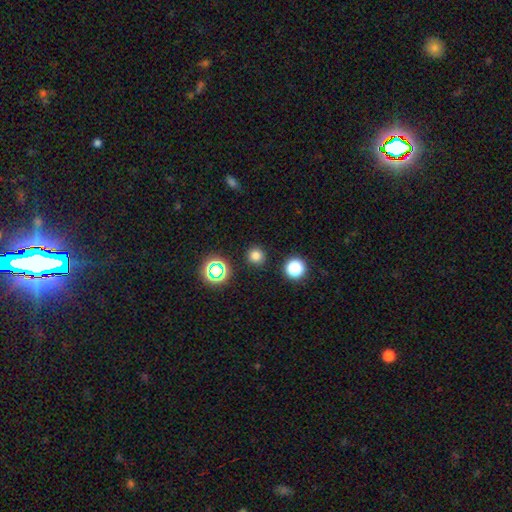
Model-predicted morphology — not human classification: smooth_or_featured: smooth (p=0.75) [alt: star or artifact p=0.20]
how_rounded: round (p=0.94) [alt: in between p=0.05]
merging: none (p=0.89) [alt: minor disturbance p=0.06]